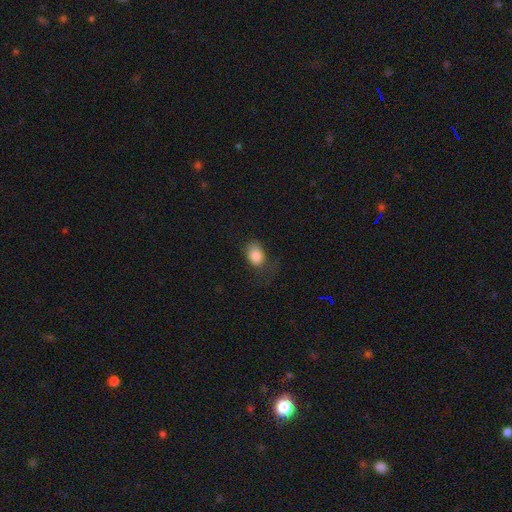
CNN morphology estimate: Smooth or featured?
  - smooth: 84% *
  - star or artifact: 9%
  - featured or disk: 7%
How rounded?
  - in between: 67% *
  - round: 32%
  - cigar-shaped: 1%
Merging?
  - none: 45% *
  - minor disturbance: 30%
  - major disturbance: 23%
  - merger: 2%